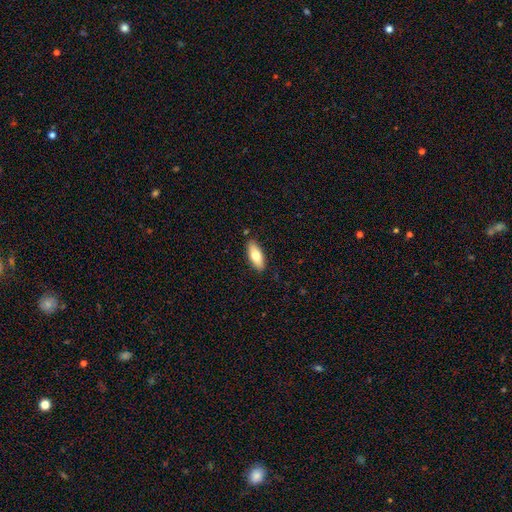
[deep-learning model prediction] smooth 74%, featured or disk 20%, star or artifact 6%. Down the decision tree: how rounded — in between (77%); merging — none (87%).